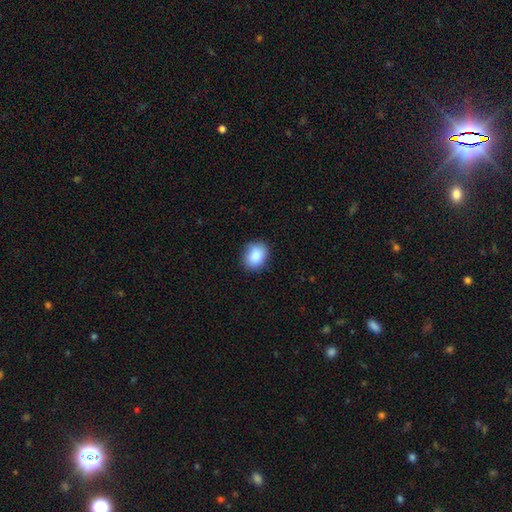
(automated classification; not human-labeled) A smooth galaxy with no disk features (88%) that is round (50%).

Vote fractions:
- Smooth or featured? smooth: 88% / star or artifact: 8% / featured or disk: 5%
- How rounded? round: 50% / in between: 49% / cigar-shaped: 1%
- Merging? none: 82% / minor disturbance: 14% / major disturbance: 3% / merger: 1%